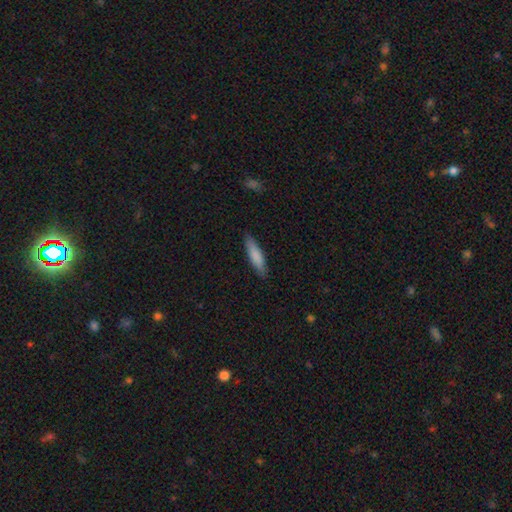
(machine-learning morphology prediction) smooth_or_featured: smooth (p=0.82) [alt: featured or disk p=0.12]
how_rounded: cigar-shaped (p=0.70) [alt: in between p=0.28]
merging: none (p=0.86) [alt: minor disturbance p=0.11]